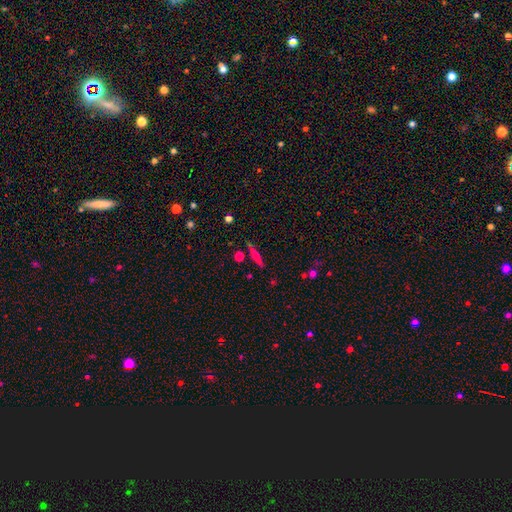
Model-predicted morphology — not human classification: Smooth or featured?
  - featured or disk: 52% *
  - smooth: 39%
  - star or artifact: 10%
Edge-on disk?
  - yes: 96% *
  - no: 4%
Merging?
  - none: 85% *
  - minor disturbance: 9%
  - merger: 4%
  - major disturbance: 2%